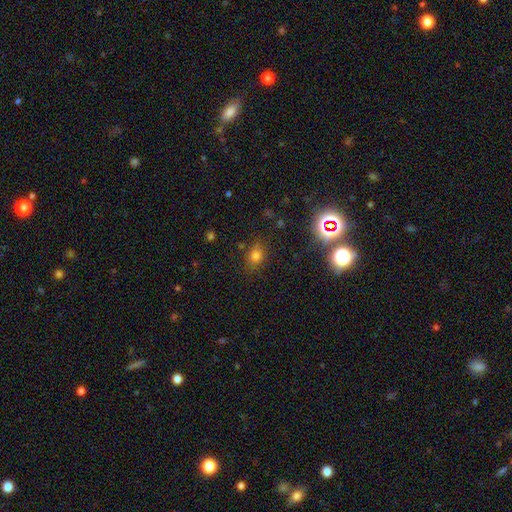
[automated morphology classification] type=smooth (71%); roundness=round (55%); merging=none (78%).